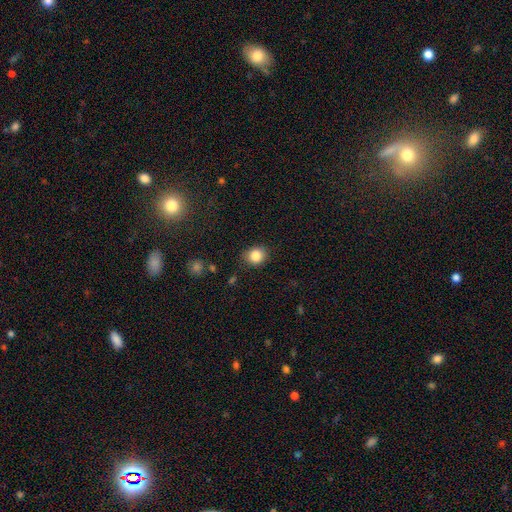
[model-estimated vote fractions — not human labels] Smooth or featured?
  - smooth: 85% *
  - star or artifact: 10%
  - featured or disk: 5%
How rounded?
  - round: 70% *
  - in between: 29%
  - cigar-shaped: 1%
Merging?
  - none: 83% *
  - minor disturbance: 12%
  - major disturbance: 3%
  - merger: 1%